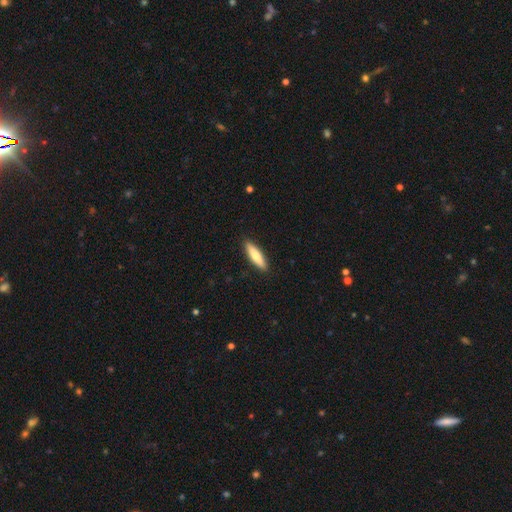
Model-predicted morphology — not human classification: This appears to be a smooth galaxy with no disk features (73%) that is cigar-shaped (69%). Merging: none (91%).